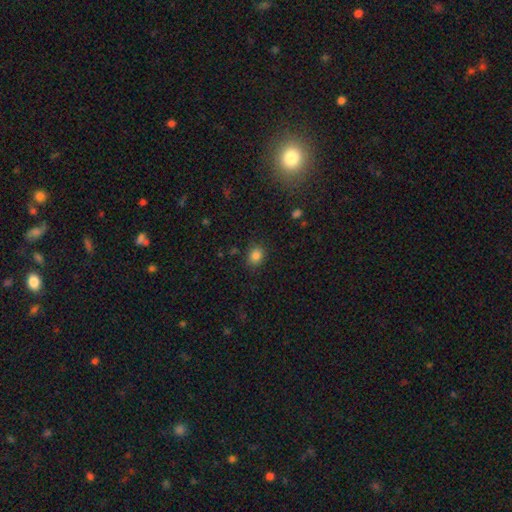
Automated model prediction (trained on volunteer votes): Morphology: type=smooth (83%); roundness=round (64%); merging=none (85%).